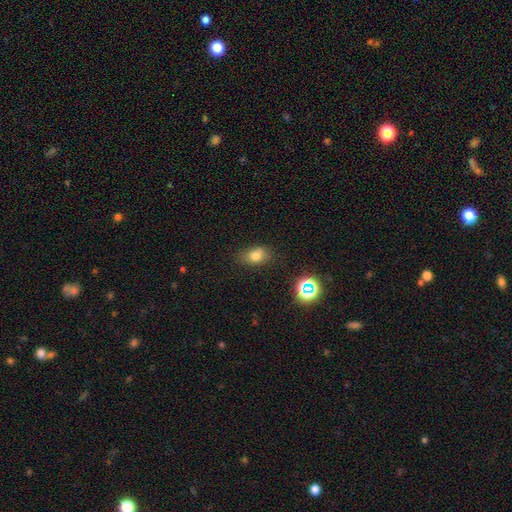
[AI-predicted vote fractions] Smooth or featured?
  - smooth: 75% *
  - star or artifact: 16%
  - featured or disk: 10%
How rounded?
  - in between: 73% *
  - round: 25%
  - cigar-shaped: 2%
Merging?
  - none: 76% *
  - minor disturbance: 17%
  - major disturbance: 4%
  - merger: 3%